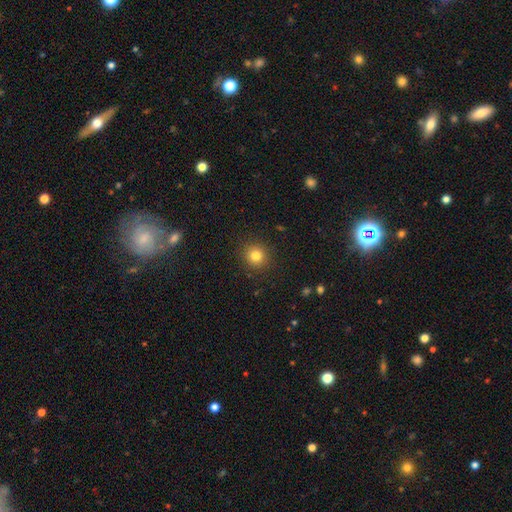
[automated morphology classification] A smooth galaxy with no disk features (81%) that is round (91%). Merging: none (91%).